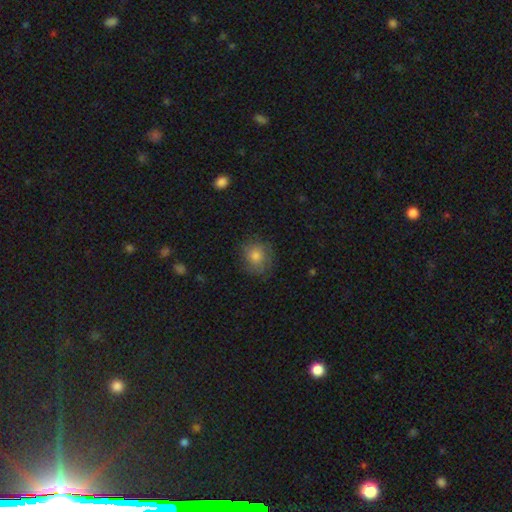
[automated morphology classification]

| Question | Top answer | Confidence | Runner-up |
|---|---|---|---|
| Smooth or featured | smooth | 79% | featured or disk (12%) |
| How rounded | round | 77% | in between (22%) |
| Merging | none | 76% | minor disturbance (18%) |